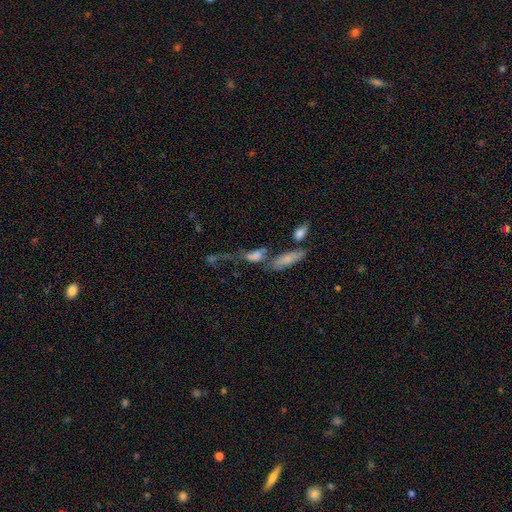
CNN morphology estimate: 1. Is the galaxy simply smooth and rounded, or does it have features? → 52% smooth, 32% featured or disk, 16% star or artifact.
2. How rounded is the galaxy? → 56% in between, 32% cigar-shaped, 11% round.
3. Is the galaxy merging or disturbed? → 44% merger, 25% none, 18% major disturbance, 12% minor disturbance.